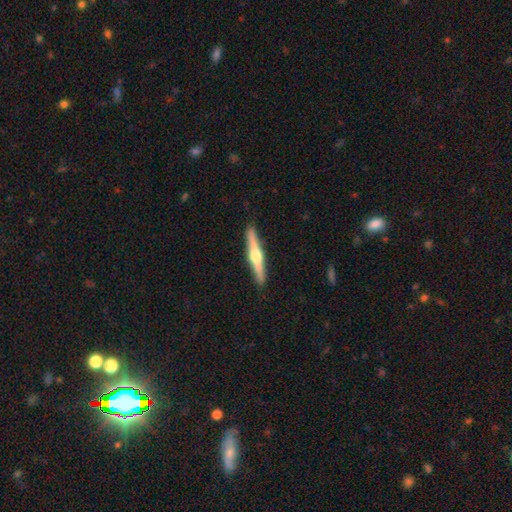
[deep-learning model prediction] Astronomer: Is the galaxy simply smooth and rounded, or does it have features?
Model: featured or disk — 70%.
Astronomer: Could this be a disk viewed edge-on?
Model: yes — 98%.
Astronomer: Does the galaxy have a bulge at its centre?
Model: rounded — 92%.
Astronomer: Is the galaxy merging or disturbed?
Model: none — 91%.